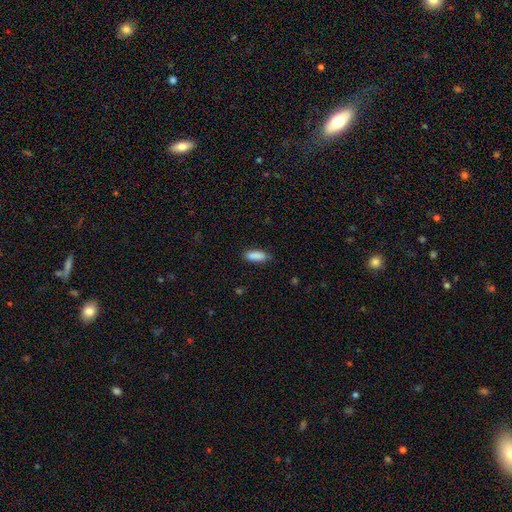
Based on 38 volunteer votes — A smooth galaxy with no disk features (89%) that is in between round and cigar-shaped (76%).

Vote fractions:
- Smooth or featured? smooth: 89% / featured or disk: 5% / star or artifact: 5%
- How rounded? in between: 76% / cigar-shaped: 24% / round: 0%
- Merging? none: 69% / minor disturbance: 28% / merger: 3% / major disturbance: 0%